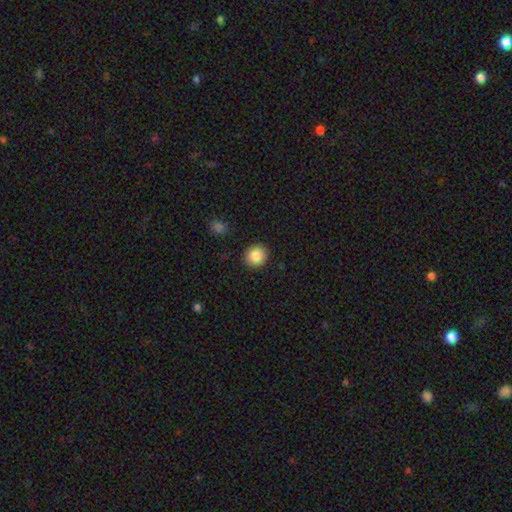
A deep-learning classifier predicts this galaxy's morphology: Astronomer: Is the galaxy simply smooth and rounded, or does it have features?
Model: smooth — 86%.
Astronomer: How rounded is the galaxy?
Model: round — 87%.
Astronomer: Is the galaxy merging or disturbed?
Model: none — 91%.